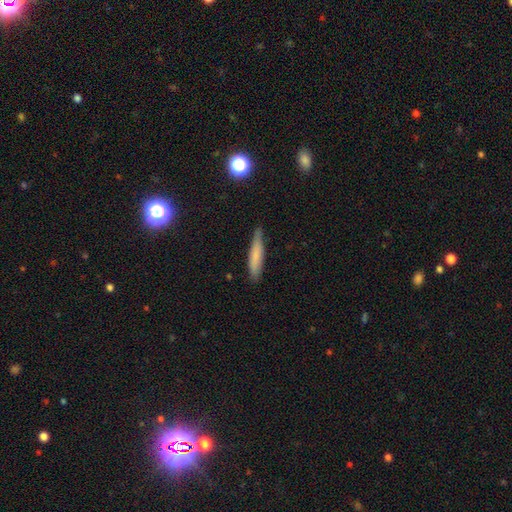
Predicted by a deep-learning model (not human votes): smooth-or-featured: smooth: 71% | featured or disk: 22% | star or artifact: 8%
  how-rounded: cigar-shaped: 88% | in between: 10% | round: 2%
  merging: none: 81% | minor disturbance: 15% | major disturbance: 2% | merger: 1%